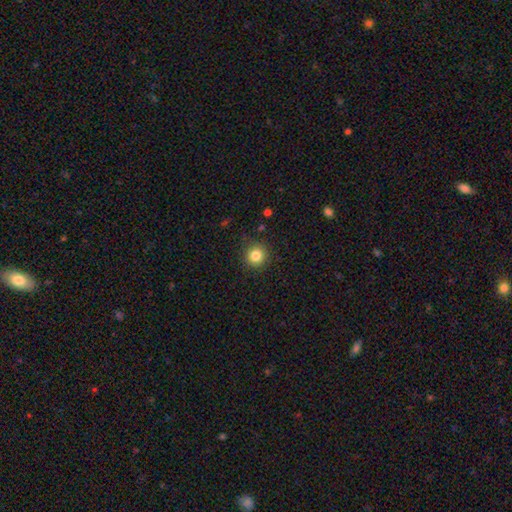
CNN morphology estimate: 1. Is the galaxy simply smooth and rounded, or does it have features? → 83% smooth, 11% star or artifact, 5% featured or disk.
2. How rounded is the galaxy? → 93% round, 6% in between, 1% cigar-shaped.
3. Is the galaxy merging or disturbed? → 89% none, 8% minor disturbance, 2% major disturbance, 1% merger.